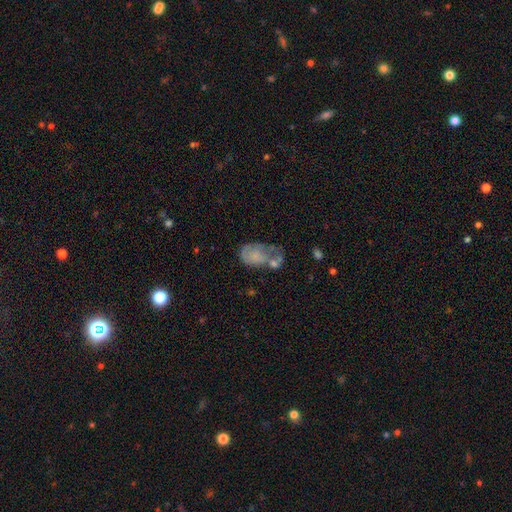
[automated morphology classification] smooth-or-featured: smooth: 54% | featured or disk: 36% | star or artifact: 10%
  how-rounded: in between: 83% | round: 16% | cigar-shaped: 2%
  merging: merger: 29% | major disturbance: 25% | none: 23% | minor disturbance: 22%